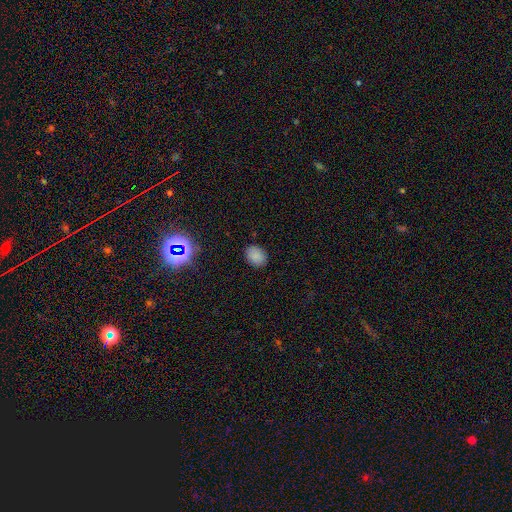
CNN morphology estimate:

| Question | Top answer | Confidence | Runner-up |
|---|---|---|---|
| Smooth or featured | smooth | 82% | star or artifact (13%) |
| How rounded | in between | 67% | round (32%) |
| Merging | none | 86% | minor disturbance (10%) |